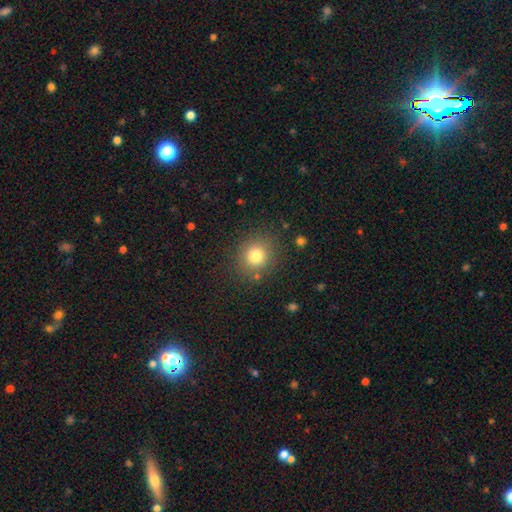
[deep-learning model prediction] A smooth galaxy with no disk features (78%) that is round (86%).

Vote fractions:
- Smooth or featured? smooth: 78% / star or artifact: 13% / featured or disk: 9%
- How rounded? round: 86% / in between: 13% / cigar-shaped: 1%
- Merging? none: 85% / minor disturbance: 9% / major disturbance: 4% / merger: 2%